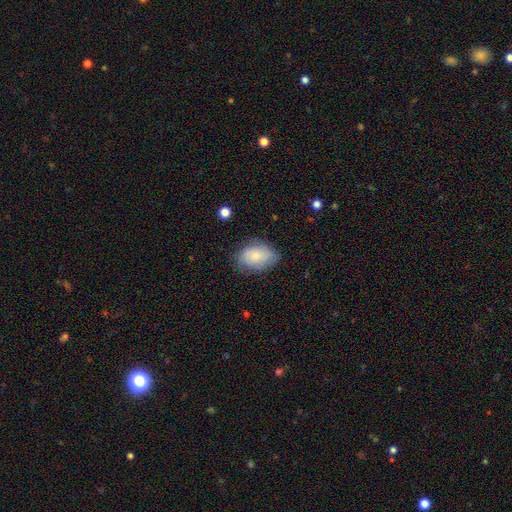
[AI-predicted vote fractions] Smooth or featured?
  - smooth: 74% *
  - featured or disk: 19%
  - star or artifact: 7%
How rounded?
  - in between: 85% *
  - round: 14%
  - cigar-shaped: 1%
Merging?
  - none: 72% *
  - minor disturbance: 21%
  - major disturbance: 6%
  - merger: 1%